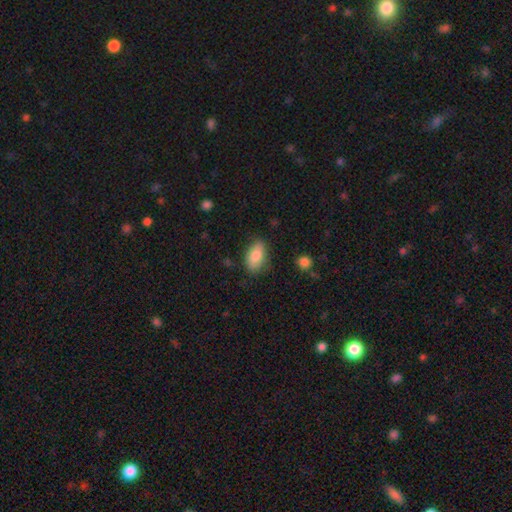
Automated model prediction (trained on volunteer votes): A smooth galaxy with no disk features (83%) that is in between round and cigar-shaped (91%). Merging: none (77%).